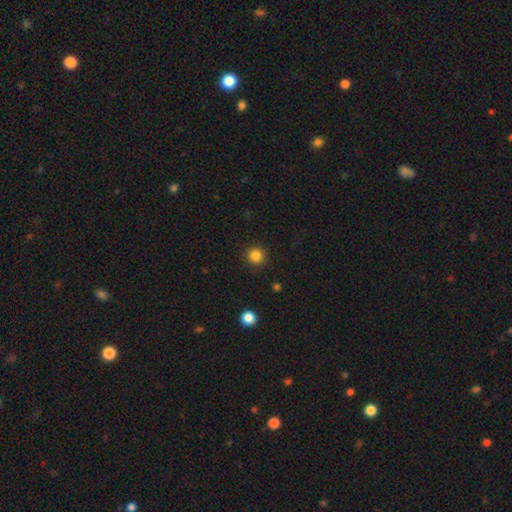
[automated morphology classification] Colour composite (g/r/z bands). It shows a smooth galaxy with no disk features (84%) that is round (94%). Merging: none (91%).